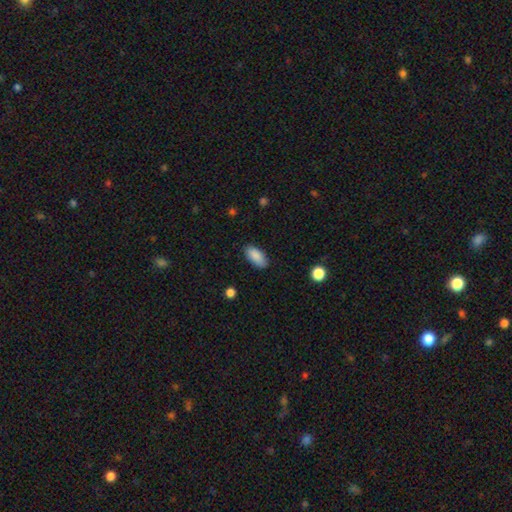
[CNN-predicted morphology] A smooth galaxy with no disk features (89%) that is in between round and cigar-shaped (91%).

Vote fractions:
- Smooth or featured? smooth: 89% / star or artifact: 6% / featured or disk: 5%
- How rounded? in between: 91% / cigar-shaped: 7% / round: 2%
- Merging? none: 85% / minor disturbance: 12% / major disturbance: 2% / merger: 1%